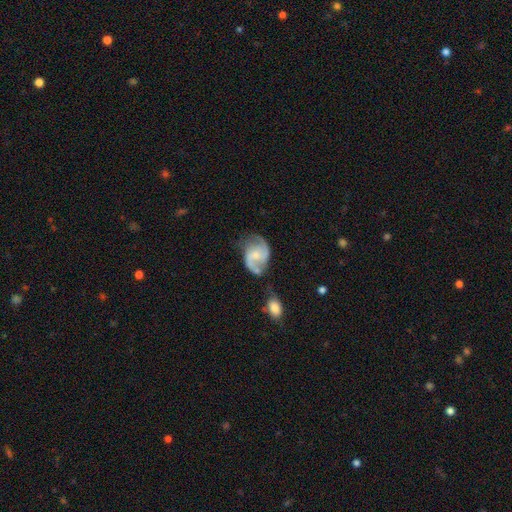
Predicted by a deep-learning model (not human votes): Smooth or featured?
  - featured or disk: 81% *
  - smooth: 14%
  - star or artifact: 6%
Edge-on disk?
  - no: 98% *
  - yes: 2%
Bar?
  - no: 47% *
  - weak: 44%
  - strong: 9%
Spiral arms?
  - yes: 94% *
  - no: 6%
Spiral winding?
  - medium: 48% *
  - loose: 37%
  - tight: 15%
Spiral arm count?
  - 2: 88% *
  - can't tell: 5%
  - 1: 3%
  - 3: 2%
  - 4: 1%
  - more than 4: 1%
Bulge size?
  - small: 47% *
  - moderate: 35%
  - none: 14%
  - large: 3%
  - dominant: 1%
Merging?
  - none: 47% *
  - minor disturbance: 24%
  - merger: 16%
  - major disturbance: 13%